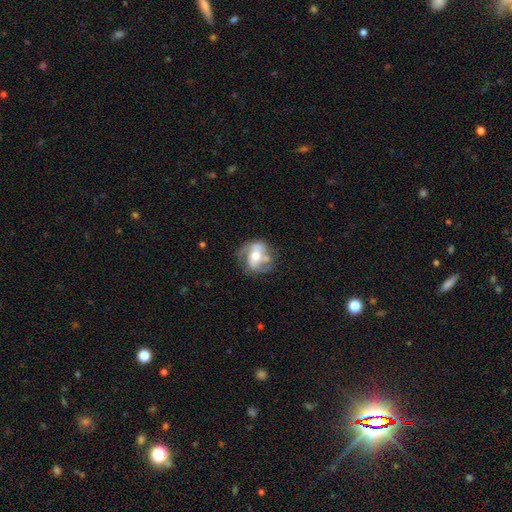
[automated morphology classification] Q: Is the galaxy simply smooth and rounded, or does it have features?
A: featured or disk — 73%.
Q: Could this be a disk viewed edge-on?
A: no — 96%.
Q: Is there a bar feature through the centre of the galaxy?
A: no — 36%.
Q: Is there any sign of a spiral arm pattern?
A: yes — 82%.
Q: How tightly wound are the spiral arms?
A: medium — 45%.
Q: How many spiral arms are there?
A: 2 — 73%.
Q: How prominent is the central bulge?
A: moderate — 70%.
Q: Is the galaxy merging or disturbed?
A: none — 58%.